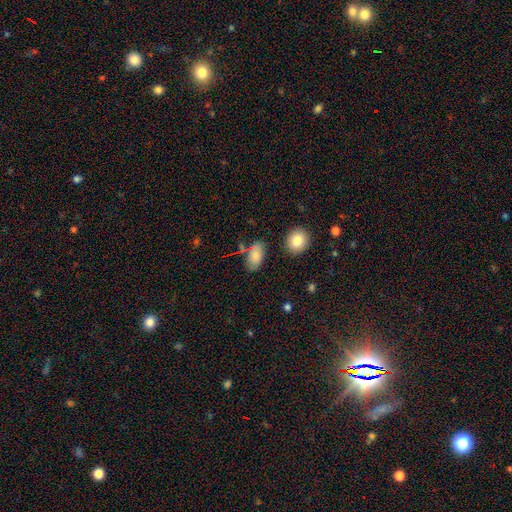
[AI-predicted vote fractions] Smooth or featured?
  - smooth: 79% *
  - featured or disk: 12%
  - star or artifact: 9%
How rounded?
  - in between: 91% *
  - round: 7%
  - cigar-shaped: 2%
Merging?
  - none: 73% *
  - minor disturbance: 16%
  - merger: 7%
  - major disturbance: 4%